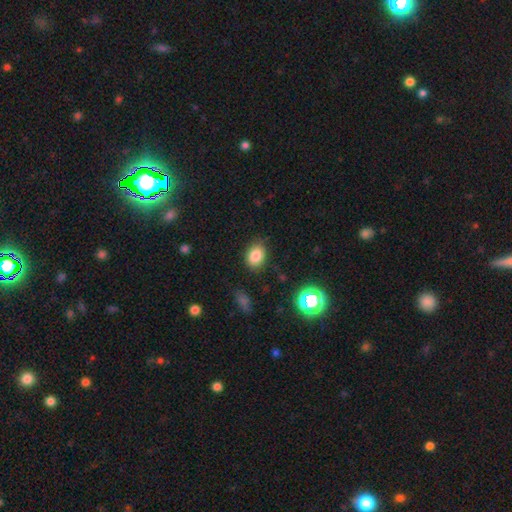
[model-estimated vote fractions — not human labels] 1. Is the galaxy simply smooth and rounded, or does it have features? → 83% smooth, 11% star or artifact, 6% featured or disk.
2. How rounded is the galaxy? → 71% in between, 28% round, 1% cigar-shaped.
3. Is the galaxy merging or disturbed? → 82% none, 14% minor disturbance, 3% major disturbance, 2% merger.